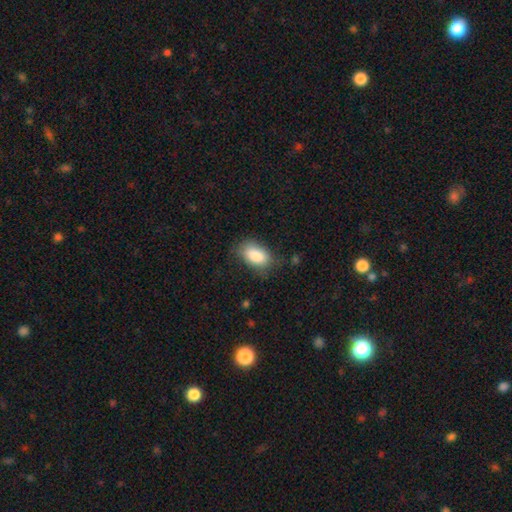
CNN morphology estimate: smooth-or-featured: smooth: 87% | star or artifact: 7% | featured or disk: 7%
  how-rounded: in between: 92% | round: 6% | cigar-shaped: 2%
  merging: none: 71% | minor disturbance: 21% | major disturbance: 6% | merger: 2%